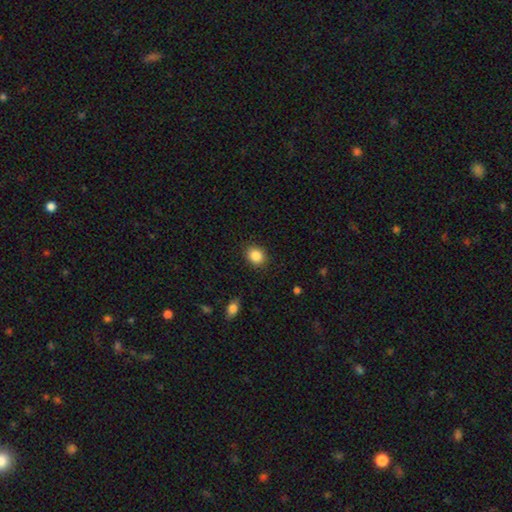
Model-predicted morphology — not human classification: smooth_or_featured: smooth (p=0.86) [alt: star or artifact p=0.09]
how_rounded: round (p=0.64) [alt: in between p=0.35]
merging: none (p=0.89) [alt: minor disturbance p=0.08]